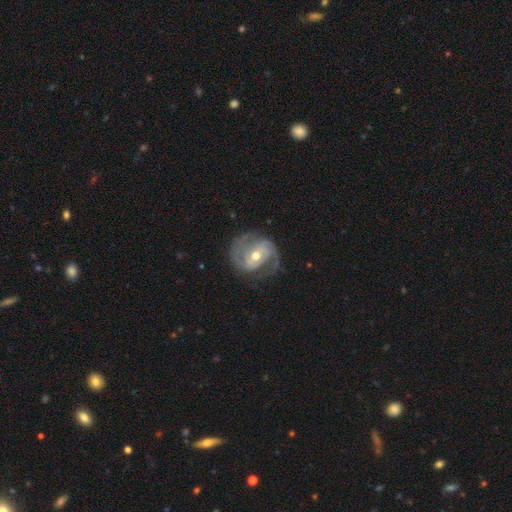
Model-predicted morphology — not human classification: Overall: featured or disk (88%). Edge-on disk: no (97%). Bar: weak (41%; no 38%). Spiral arms: yes (96%). Spiral arm count: 2 (73%). Spiral winding: medium (44%; tight 41%). Bulge size: moderate (71%). Merging: none (71%).